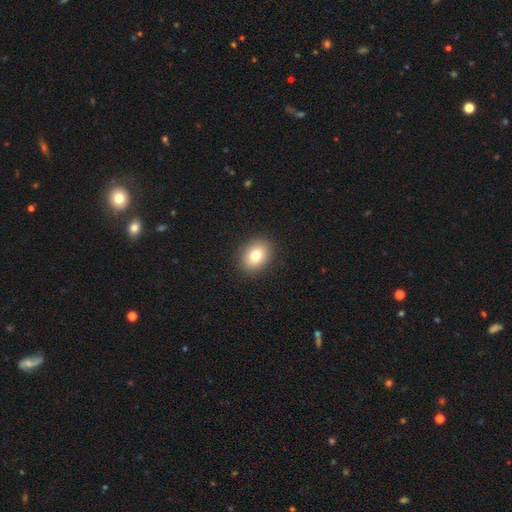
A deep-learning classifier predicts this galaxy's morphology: Smooth or featured? smooth (77%)
How rounded? round (57%)
Merging? none (90%)